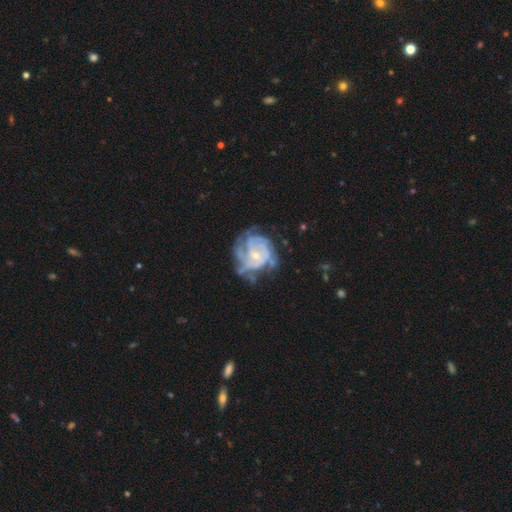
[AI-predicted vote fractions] A featured or disk galaxy (85%) with no bar (73%), tight (64%) spiral arms (91%) and a small central bulge (62%).

Vote fractions:
- Smooth or featured? featured or disk: 85% / smooth: 9% / star or artifact: 6%
- Edge-on disk? no: 98% / yes: 2%
- Bar? no: 73% / weak: 22% / strong: 5%
- Spiral arms? yes: 91% / no: 9%
- Spiral winding? tight: 64% / medium: 28% / loose: 8%
- Spiral arm count? can't tell: 35% / 3: 24% / 4: 16% / 2: 14% / more than 4: 6% / 1: 6%
- Bulge size? small: 62% / moderate: 34% / none: 2% / large: 1% / dominant: 1%
- Merging? none: 50% / minor disturbance: 25% / major disturbance: 21% / merger: 3%